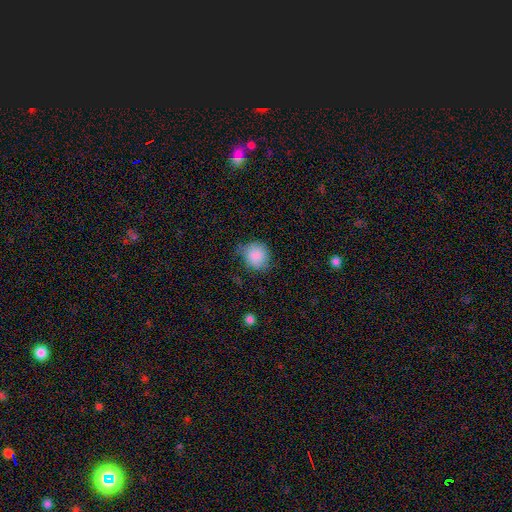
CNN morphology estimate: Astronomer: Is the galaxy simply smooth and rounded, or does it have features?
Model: smooth — 85%.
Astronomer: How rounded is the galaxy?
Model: round — 76%.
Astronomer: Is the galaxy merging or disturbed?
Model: none — 59%.